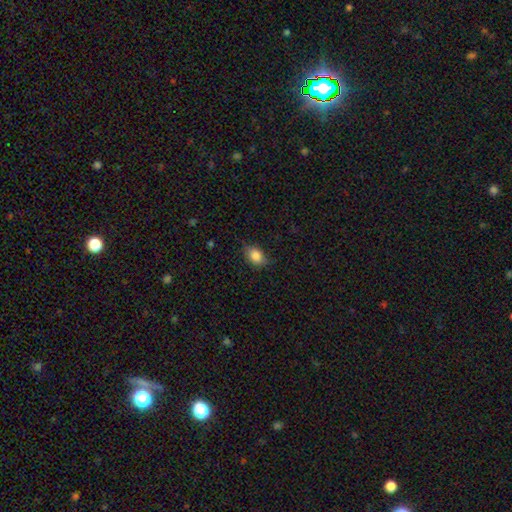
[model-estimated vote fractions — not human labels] smooth 84%, star or artifact 8%, featured or disk 8%. Down the decision tree: how rounded — in between (79%); merging — none (72%).